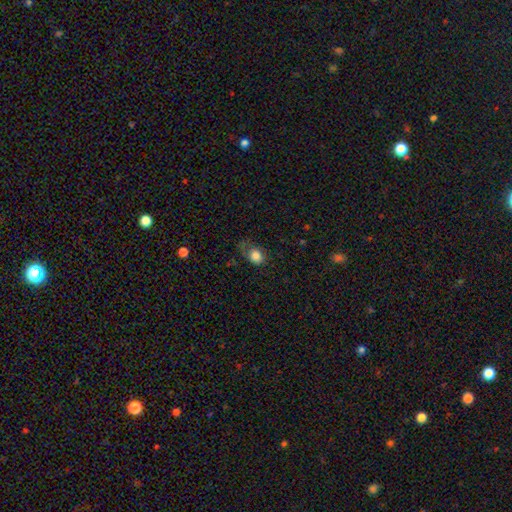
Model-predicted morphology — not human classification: The model was most divided on "how rounded": round: 57%, in between: 42%, cigar-shaped: 1%. Remaining: smooth or featured — smooth (82%); merging — none (45%).